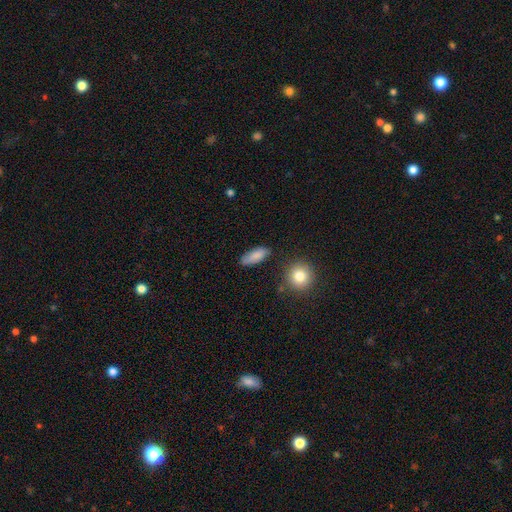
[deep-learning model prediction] smooth-or-featured: smooth: 85% | featured or disk: 8% | star or artifact: 7%
  how-rounded: in between: 75% | cigar-shaped: 21% | round: 4%
  merging: none: 77% | minor disturbance: 16% | major disturbance: 4% | merger: 3%